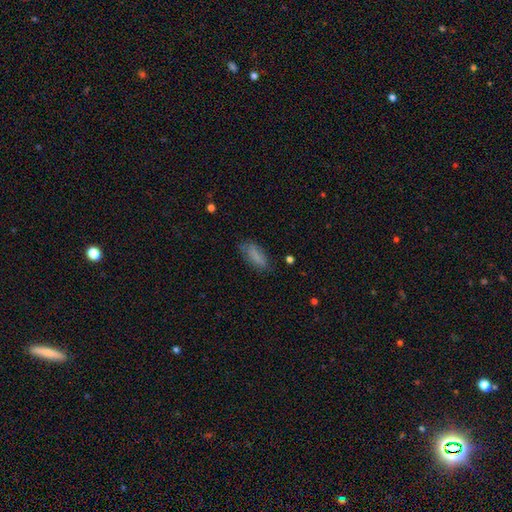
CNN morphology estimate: A smooth galaxy with no disk features (80%) that is in between round and cigar-shaped (64%).

Vote fractions:
- Smooth or featured? smooth: 80% / featured or disk: 11% / star or artifact: 9%
- How rounded? in between: 64% / cigar-shaped: 34% / round: 2%
- Merging? none: 70% / minor disturbance: 22% / major disturbance: 7% / merger: 2%